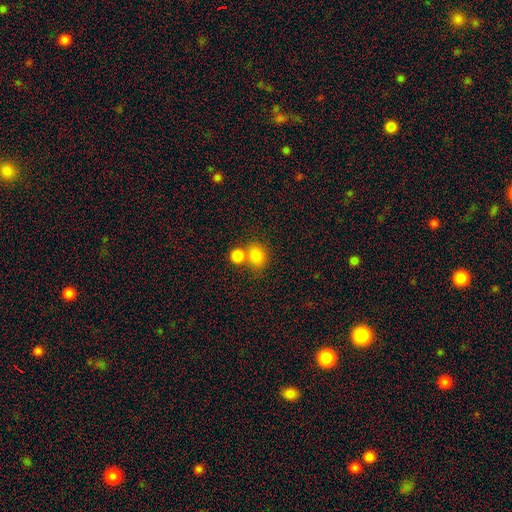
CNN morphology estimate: Overall: smooth (83%). How rounded: round (67%; in between 32%). Merging: none (50%; merger 38%).